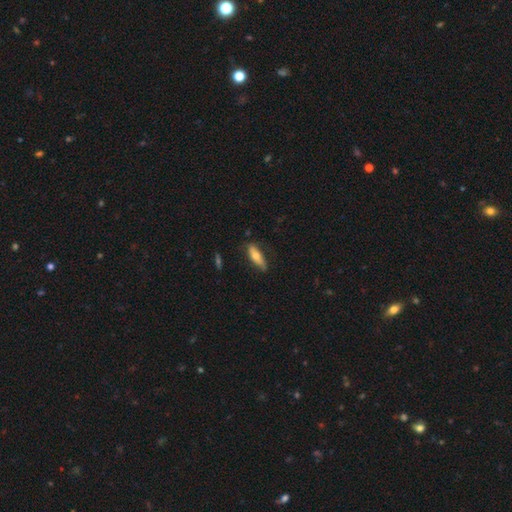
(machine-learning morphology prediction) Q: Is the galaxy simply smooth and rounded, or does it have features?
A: smooth — 61%.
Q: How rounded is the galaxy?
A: cigar-shaped — 49%.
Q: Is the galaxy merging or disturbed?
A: none — 77%.